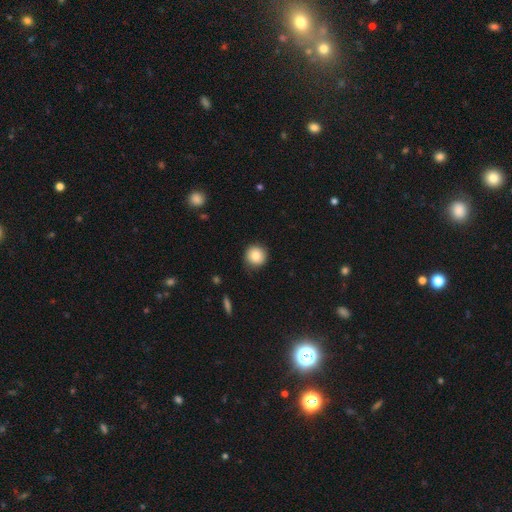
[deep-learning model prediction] Smooth or featured?
  - smooth: 82% *
  - star or artifact: 9%
  - featured or disk: 9%
How rounded?
  - round: 94% *
  - in between: 5%
  - cigar-shaped: 1%
Merging?
  - none: 84% *
  - minor disturbance: 12%
  - major disturbance: 3%
  - merger: 1%